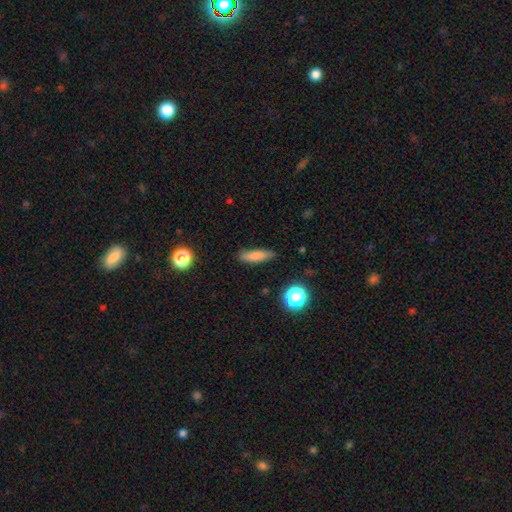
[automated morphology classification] Q: Smooth or featured?
A: smooth (79%); runner-up: featured or disk (12%)
Q: How rounded?
A: cigar-shaped (66%); runner-up: in between (31%)
Q: Merging?
A: none (85%); runner-up: minor disturbance (11%)